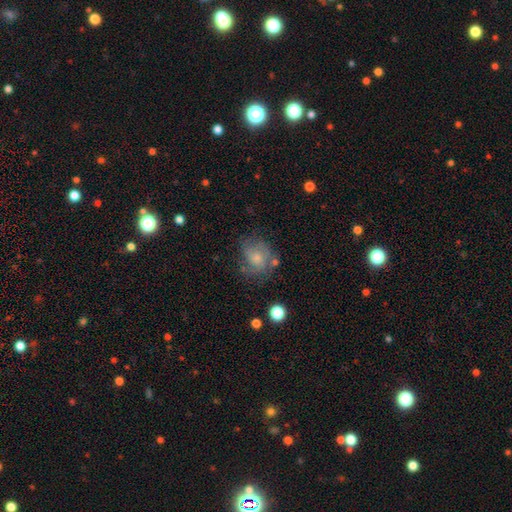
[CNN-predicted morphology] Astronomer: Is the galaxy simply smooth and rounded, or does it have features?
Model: smooth — 55% (runner-up: featured or disk, 35%).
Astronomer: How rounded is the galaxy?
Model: round — 63%.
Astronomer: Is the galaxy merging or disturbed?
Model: none — 53%.